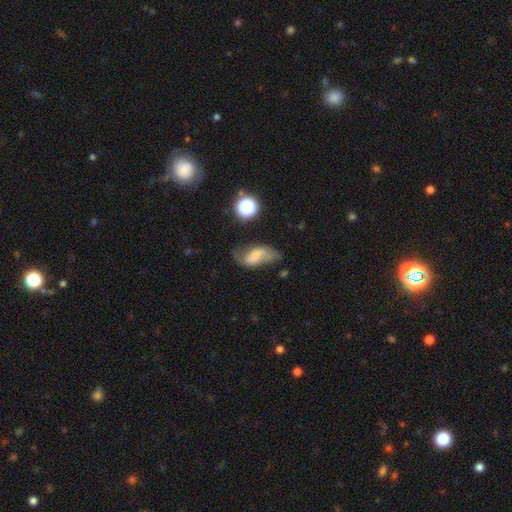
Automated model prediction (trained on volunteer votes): A featured or disk galaxy (48%).

Vote fractions:
- Smooth or featured? featured or disk: 48% / smooth: 41% / star or artifact: 11%
- Merging? none: 46% / minor disturbance: 29% / major disturbance: 20% / merger: 5%